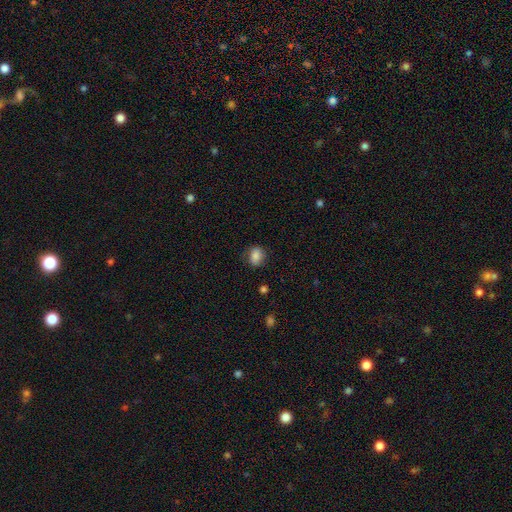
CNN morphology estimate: Smooth or featured?
  - smooth: 82% *
  - star or artifact: 9%
  - featured or disk: 9%
How rounded?
  - round: 51% *
  - in between: 48%
  - cigar-shaped: 1%
Merging?
  - none: 77% *
  - minor disturbance: 17%
  - major disturbance: 5%
  - merger: 1%